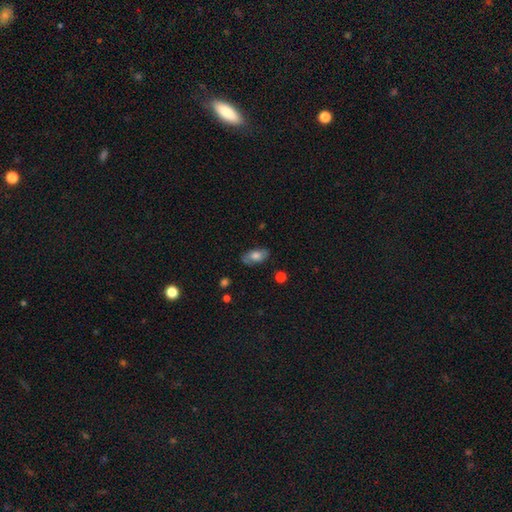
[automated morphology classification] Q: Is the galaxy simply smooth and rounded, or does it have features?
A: smooth — 67%.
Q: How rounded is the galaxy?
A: in between — 91%.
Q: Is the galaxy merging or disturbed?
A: none — 78%.